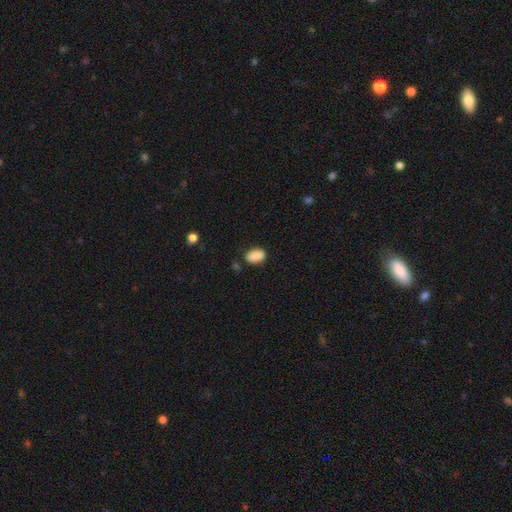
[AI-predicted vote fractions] Smooth or featured?
  - smooth: 88% *
  - star or artifact: 8%
  - featured or disk: 4%
How rounded?
  - in between: 88% *
  - round: 10%
  - cigar-shaped: 2%
Merging?
  - none: 79% *
  - minor disturbance: 15%
  - merger: 3%
  - major disturbance: 3%